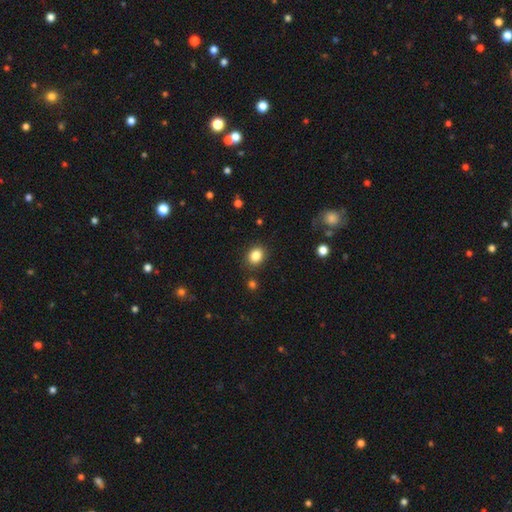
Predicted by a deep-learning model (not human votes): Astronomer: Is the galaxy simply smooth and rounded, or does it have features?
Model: smooth — 85%.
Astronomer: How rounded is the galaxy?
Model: round — 53% (runner-up: in between, 46%).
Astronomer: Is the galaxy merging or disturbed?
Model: none — 86%.